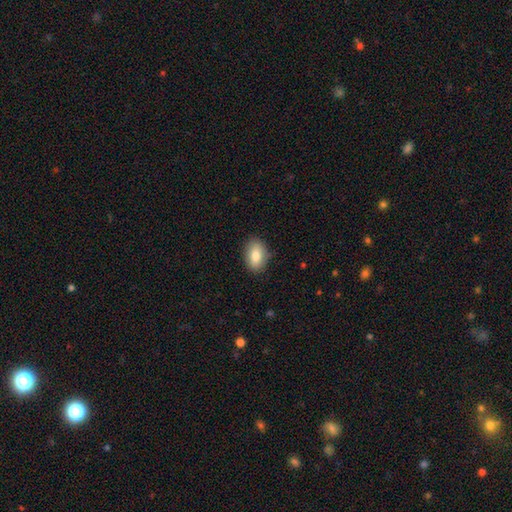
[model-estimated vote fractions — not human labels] Smooth or featured? smooth (83%)
How rounded? in between (89%)
Merging? none (86%)